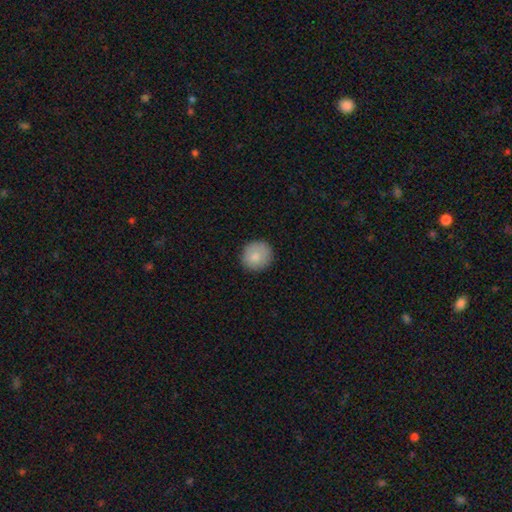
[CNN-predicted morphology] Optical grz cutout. It shows a smooth galaxy with no disk features (83%) that is round (90%). Merging: none (87%).